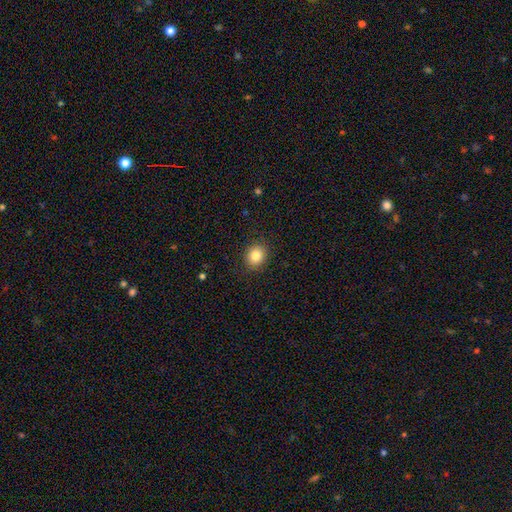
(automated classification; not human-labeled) Smooth or featured?
  - smooth: 83% *
  - star or artifact: 10%
  - featured or disk: 6%
How rounded?
  - round: 65% *
  - in between: 34%
  - cigar-shaped: 1%
Merging?
  - none: 89% *
  - minor disturbance: 8%
  - major disturbance: 2%
  - merger: 1%